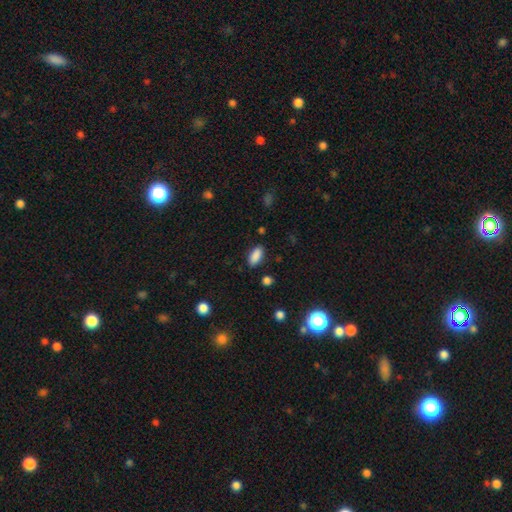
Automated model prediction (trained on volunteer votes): smooth 88%, star or artifact 8%, featured or disk 4%. Down the decision tree: how rounded — in between (89%); merging — none (87%).